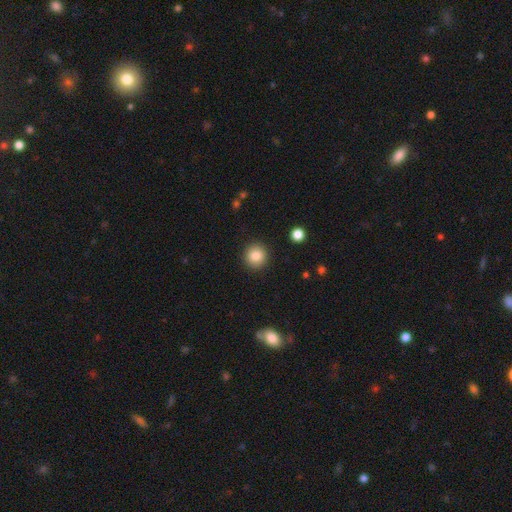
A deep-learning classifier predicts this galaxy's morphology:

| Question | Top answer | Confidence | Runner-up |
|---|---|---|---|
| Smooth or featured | smooth | 85% | star or artifact (10%) |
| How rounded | round | 93% | in between (6%) |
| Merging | none | 91% | minor disturbance (6%) |